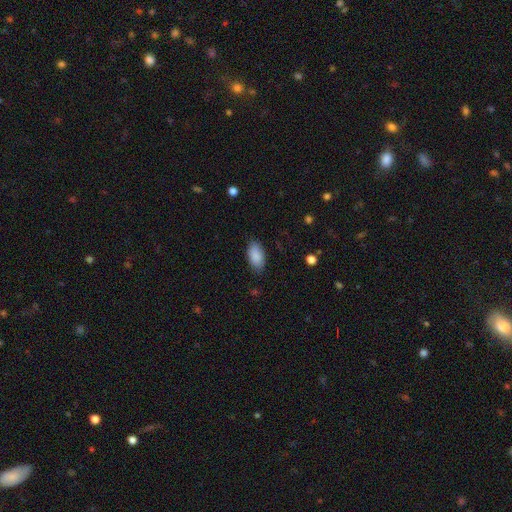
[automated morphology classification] A smooth galaxy with no disk features (88%) that is in between round and cigar-shaped (93%). Merging: none (83%).